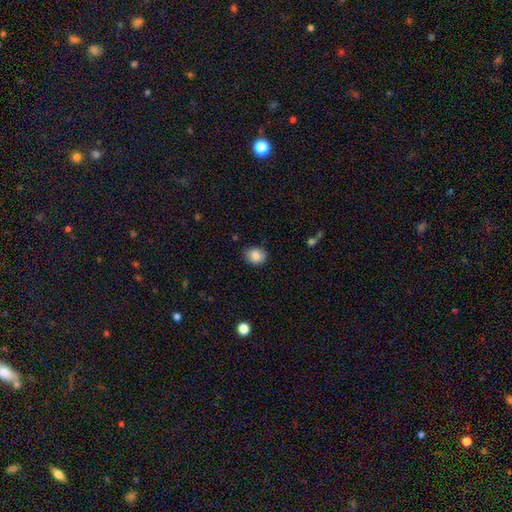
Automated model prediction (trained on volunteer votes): Smooth or featured: smooth — 85% (star or artifact — 9%)
How rounded: round — 52% (in between — 47%)
Merging: none — 83% (minor disturbance — 13%)